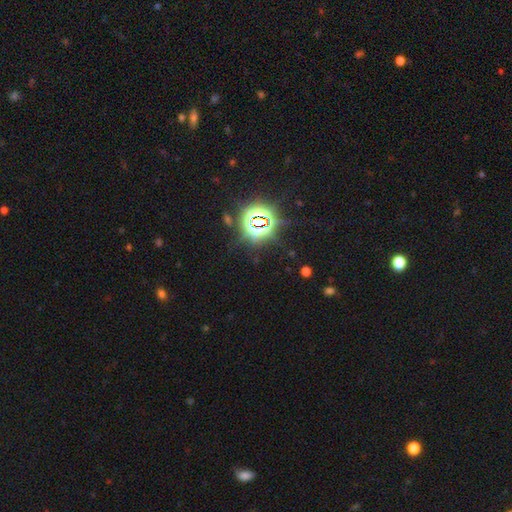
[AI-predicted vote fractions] A star or artifact, not a galaxy (80%).

Vote fractions:
- Smooth or featured? star or artifact: 80% / smooth: 12% / featured or disk: 8%